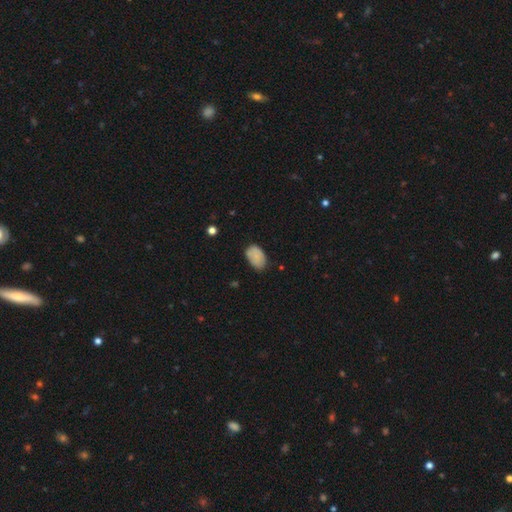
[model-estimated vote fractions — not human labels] Smooth or featured: smooth — 84% (star or artifact — 8%)
How rounded: in between — 90% (round — 9%)
Merging: none — 70% (minor disturbance — 23%)